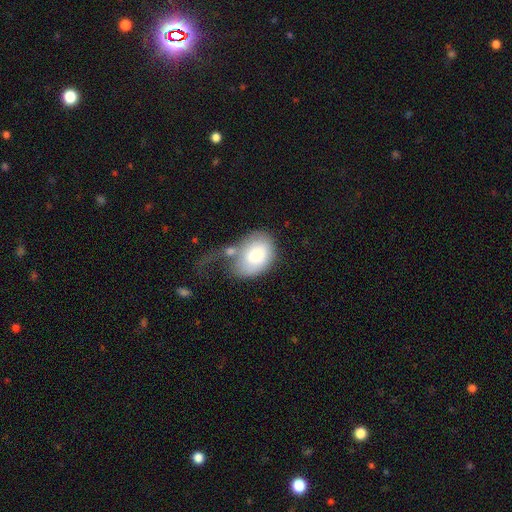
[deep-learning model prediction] Smooth or featured? Predicted: smooth (p=0.73). How rounded? Predicted: in between (p=0.71). Merging? Predicted: none (p=0.30).